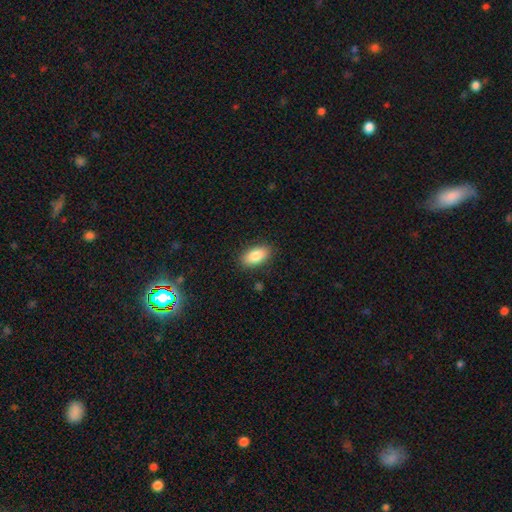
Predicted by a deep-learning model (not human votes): smooth 84%, featured or disk 9%, star or artifact 7%. Down the decision tree: how rounded — in between (92%); merging — none (87%).